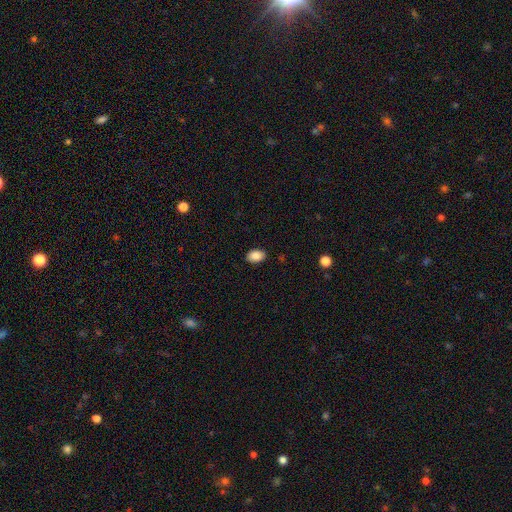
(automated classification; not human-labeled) Smooth or featured? Predicted: smooth (p=0.88). How rounded? Predicted: in between (p=0.85). Merging? Predicted: none (p=0.87).